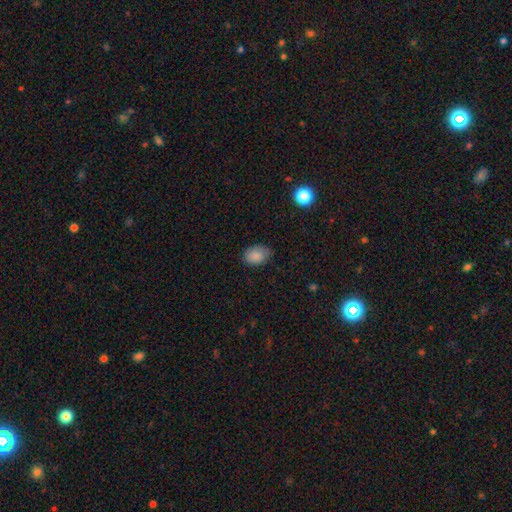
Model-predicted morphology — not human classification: smooth-or-featured: smooth: 86% | star or artifact: 9% | featured or disk: 5%
  how-rounded: in between: 79% | round: 20% | cigar-shaped: 1%
  merging: none: 76% | minor disturbance: 20% | major disturbance: 4% | merger: 1%